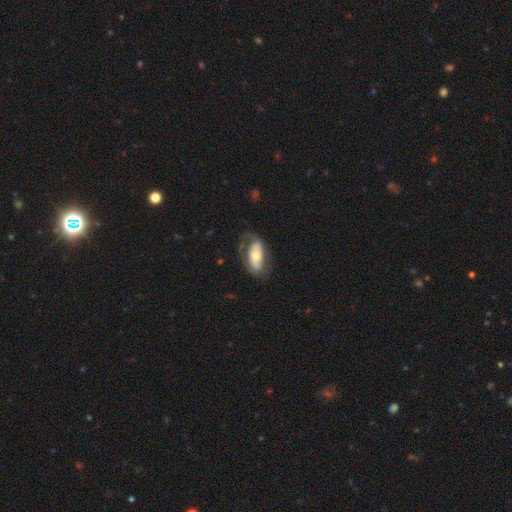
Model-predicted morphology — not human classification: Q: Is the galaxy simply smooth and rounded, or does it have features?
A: featured or disk — 55%.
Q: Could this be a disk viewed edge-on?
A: no — 91%.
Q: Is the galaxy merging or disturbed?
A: none — 56%.